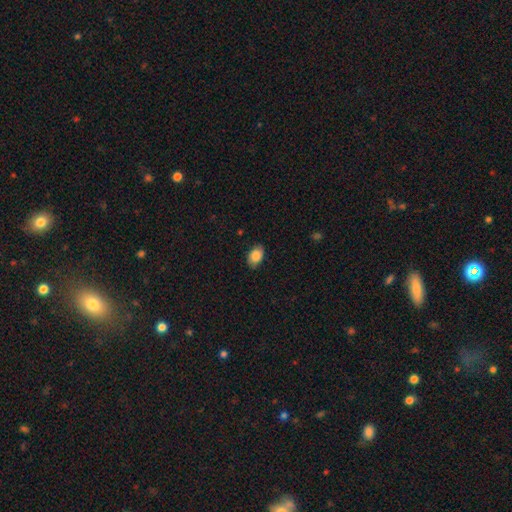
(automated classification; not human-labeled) This appears to be a smooth galaxy with no disk features (80%) that is in between round and cigar-shaped (86%). Merging: none (81%).